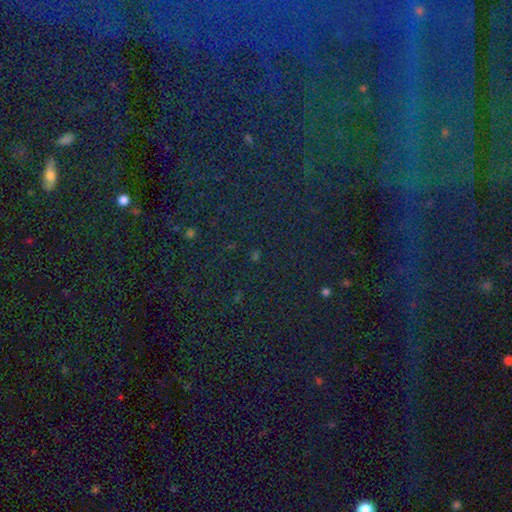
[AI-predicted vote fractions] Q: Smooth or featured?
A: star or artifact (79%); runner-up: smooth (12%)